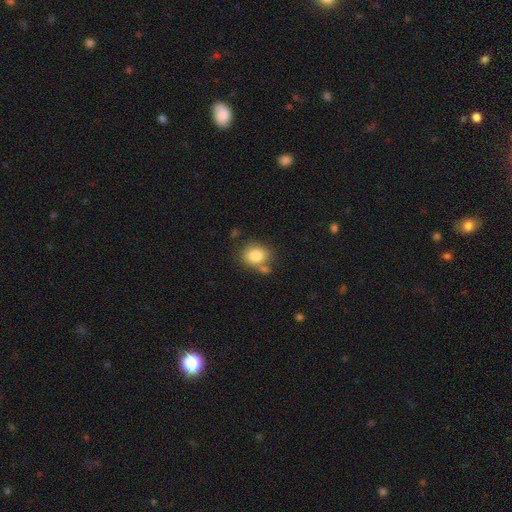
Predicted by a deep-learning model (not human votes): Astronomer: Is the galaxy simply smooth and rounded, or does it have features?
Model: smooth — 82%.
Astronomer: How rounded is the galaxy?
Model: round — 60% (runner-up: in between, 39%).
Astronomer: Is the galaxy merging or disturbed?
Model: none — 62%.